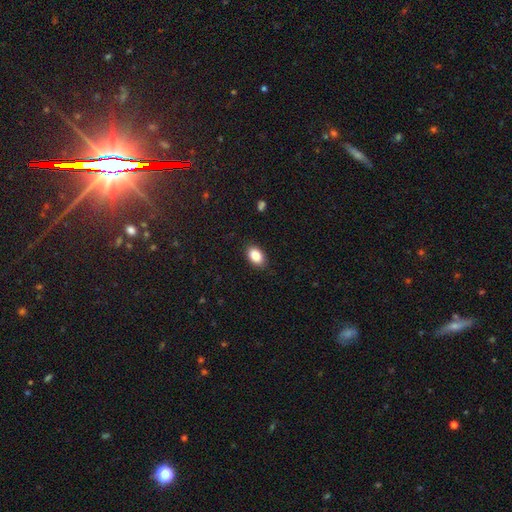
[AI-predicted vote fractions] The model was most divided on "merging": none: 87%, minor disturbance: 10%, major disturbance: 2%, merger: 1%. More confident: how rounded — in between (90%); smooth or featured — smooth (87%).